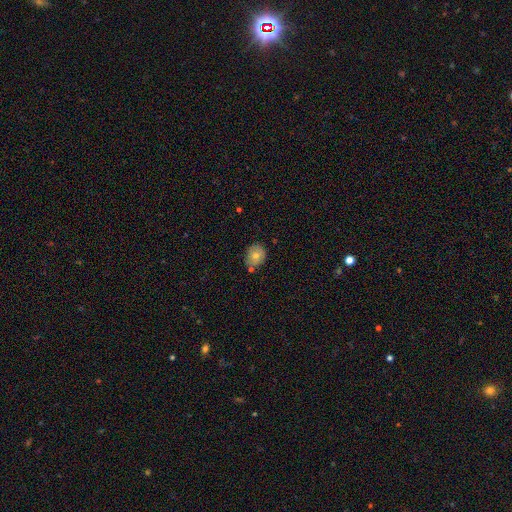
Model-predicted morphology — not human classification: Overall: smooth (71%). How rounded: round (69%; in between 30%). Merging: none (75%).